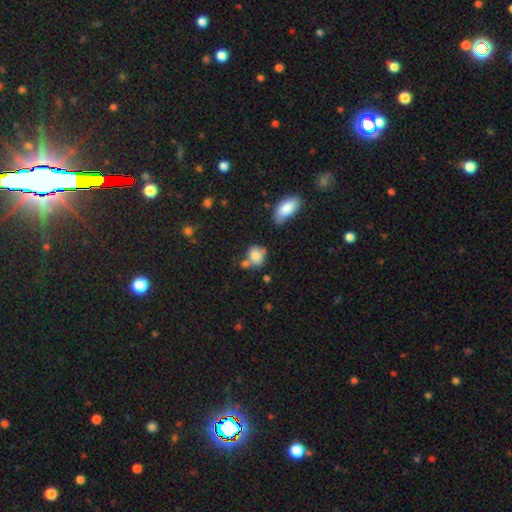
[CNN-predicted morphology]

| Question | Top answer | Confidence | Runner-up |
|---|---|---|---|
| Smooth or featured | smooth | 81% | featured or disk (10%) |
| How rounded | round | 55% | in between (43%) |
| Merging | none | 48% | merger (23%) |